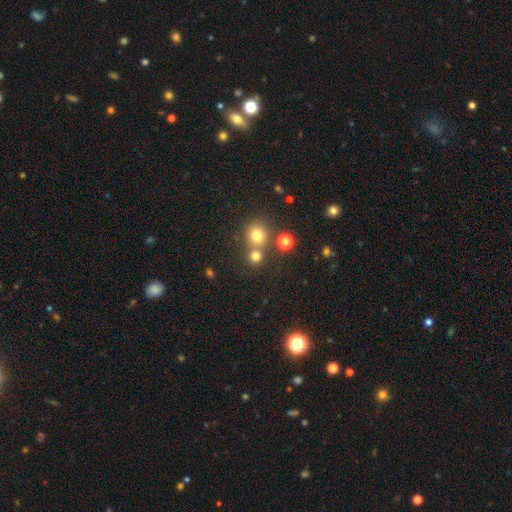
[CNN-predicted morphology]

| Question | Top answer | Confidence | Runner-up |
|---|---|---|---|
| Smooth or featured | smooth | 74% | star or artifact (19%) |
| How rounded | round | 89% | in between (10%) |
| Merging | none | 64% | merger (26%) |